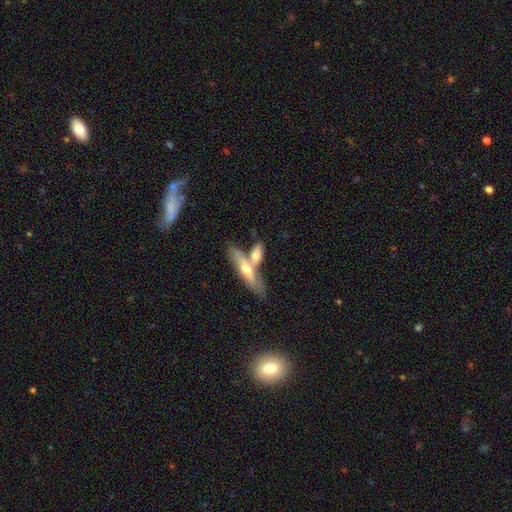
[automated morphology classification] smooth_or_featured: smooth (p=0.50) [alt: featured or disk p=0.44]
how_rounded: cigar-shaped (p=0.59) [alt: in between p=0.38]
merging: merger (p=0.53) [alt: none p=0.34]